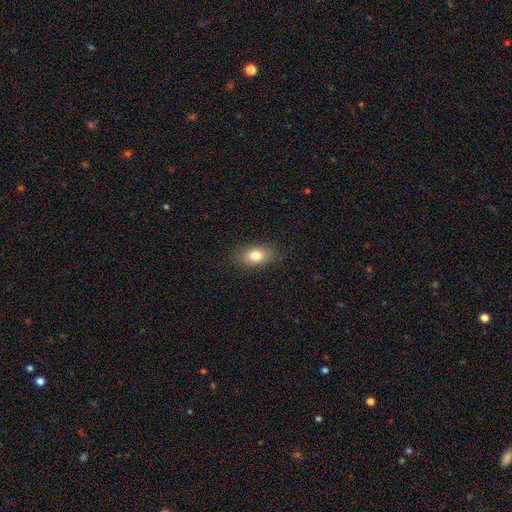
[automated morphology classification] Smooth or featured?
  - smooth: 79% *
  - featured or disk: 11%
  - star or artifact: 9%
How rounded?
  - in between: 83% *
  - round: 13%
  - cigar-shaped: 4%
Merging?
  - none: 85% *
  - minor disturbance: 11%
  - major disturbance: 3%
  - merger: 1%